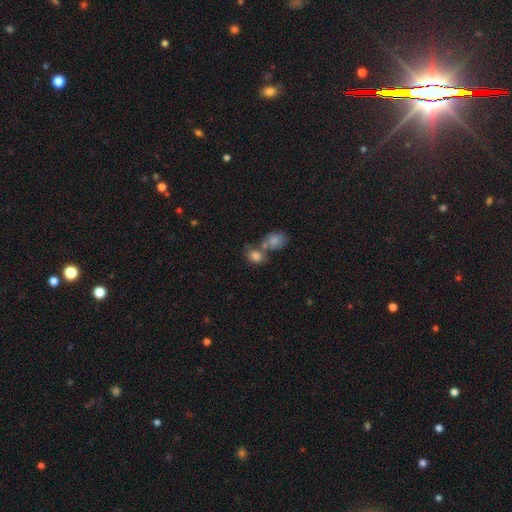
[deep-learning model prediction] Smooth or featured?
  - smooth: 77% *
  - featured or disk: 14%
  - star or artifact: 9%
How rounded?
  - in between: 64% *
  - round: 34%
  - cigar-shaped: 2%
Merging?
  - merger: 53% *
  - none: 30%
  - minor disturbance: 12%
  - major disturbance: 6%